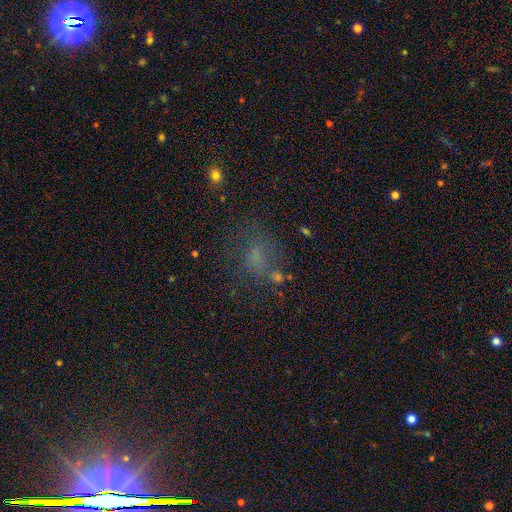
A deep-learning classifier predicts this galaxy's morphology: The model was most divided on "how rounded": in between: 57%, round: 40%, cigar-shaped: 3%. More confident: smooth or featured — smooth (55%); merging — none (55%).